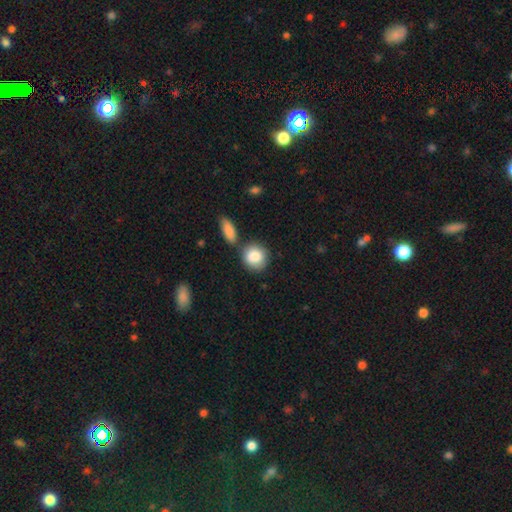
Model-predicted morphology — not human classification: smooth_or_featured: smooth (p=0.86) [alt: featured or disk p=0.08]
how_rounded: round (p=0.78) [alt: in between p=0.21]
merging: none (p=0.64) [alt: merger p=0.20]